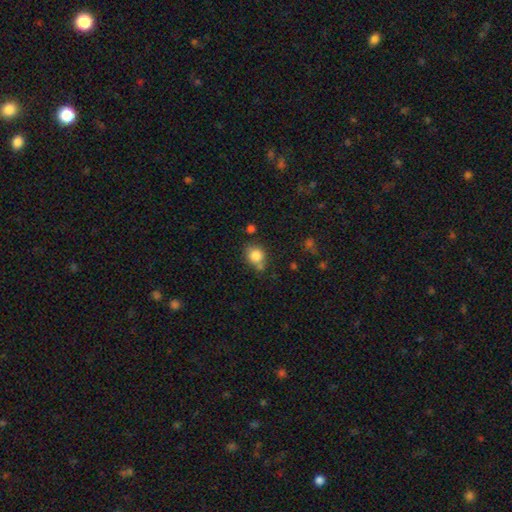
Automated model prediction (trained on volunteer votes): A smooth galaxy with no disk features (83%) that is round (74%). Merging: none (61%).